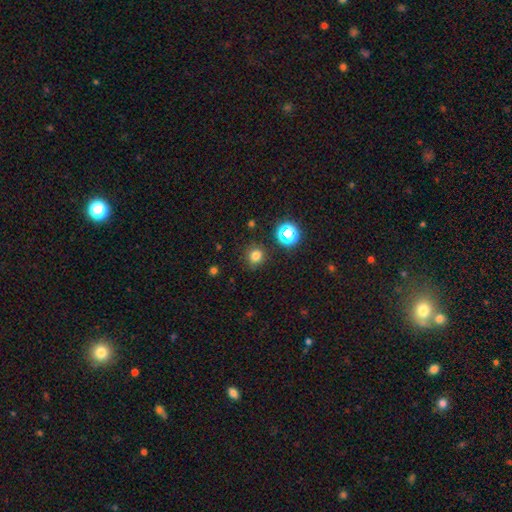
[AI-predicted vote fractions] Overall: smooth (76%). How rounded: round (86%). Merging: none (86%).